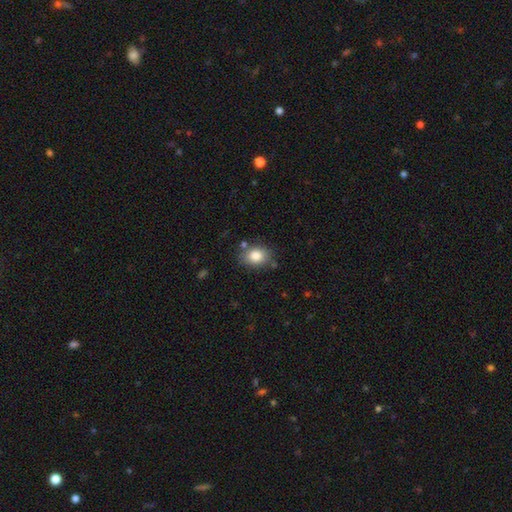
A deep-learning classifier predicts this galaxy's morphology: The model was most divided on "how rounded": in between: 63%, round: 36%, cigar-shaped: 1%. More confident: smooth or featured — smooth (83%); merging — none (77%).